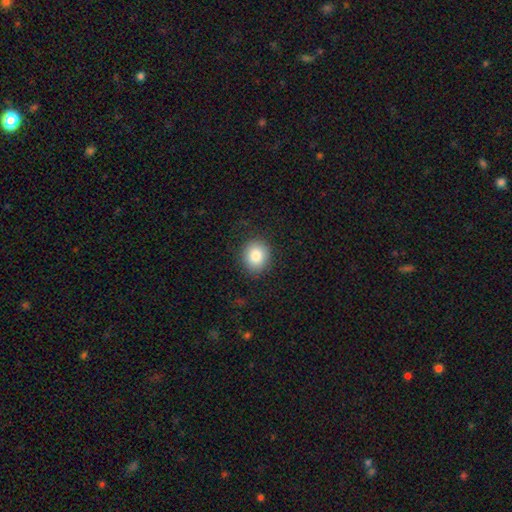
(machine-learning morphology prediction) smooth_or_featured: smooth (p=0.84) [alt: star or artifact p=0.09]
how_rounded: round (p=0.74) [alt: in between p=0.25]
merging: none (p=0.88) [alt: minor disturbance p=0.09]